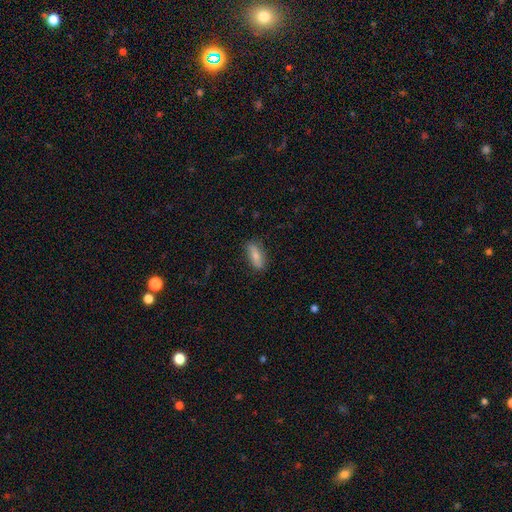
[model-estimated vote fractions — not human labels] Morphology: type=smooth (71%); roundness=in between (77%); merging=none (82%).